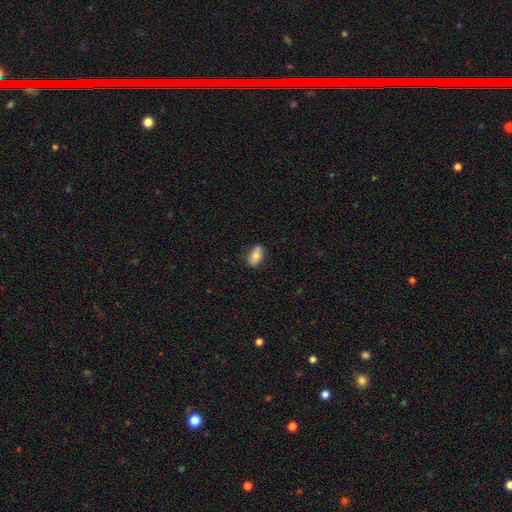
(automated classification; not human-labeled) smooth 68%, featured or disk 24%, star or artifact 7%. Down the decision tree: how rounded — in between (88%); merging — none (75%).